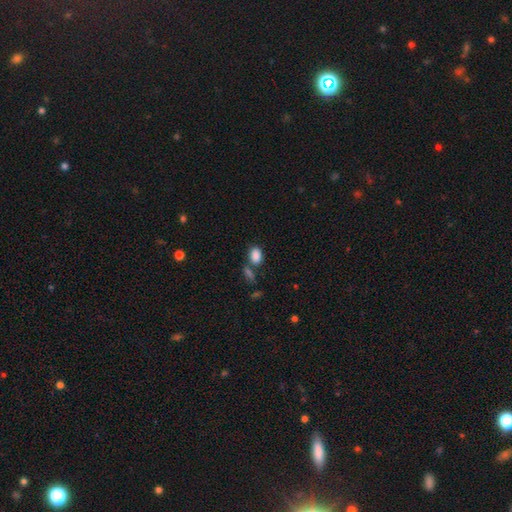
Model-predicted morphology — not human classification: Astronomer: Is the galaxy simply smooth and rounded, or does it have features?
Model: smooth — 86%.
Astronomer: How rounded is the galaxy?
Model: in between — 85%.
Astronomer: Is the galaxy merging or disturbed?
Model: none — 58%.